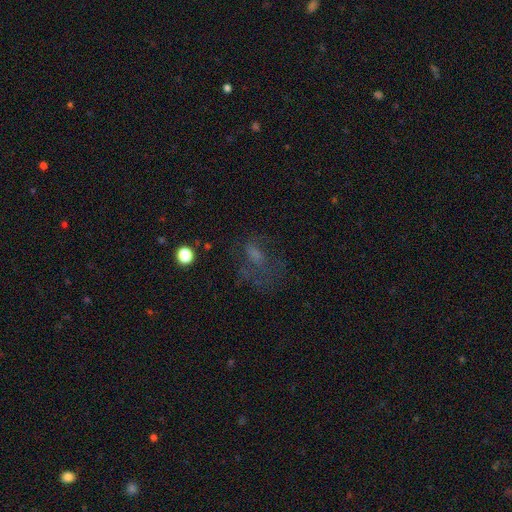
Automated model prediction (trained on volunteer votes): smooth 40%, featured or disk 35%, star or artifact 26%. Down the decision tree: merging — none (41%).